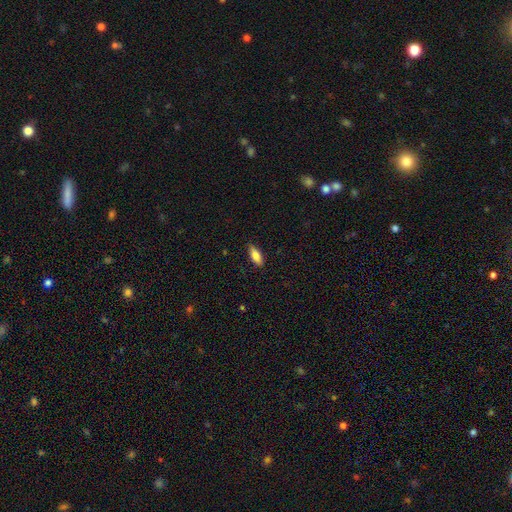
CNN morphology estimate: smooth 82%, featured or disk 12%, star or artifact 6%. Down the decision tree: how rounded — in between (71%); merging — none (86%).